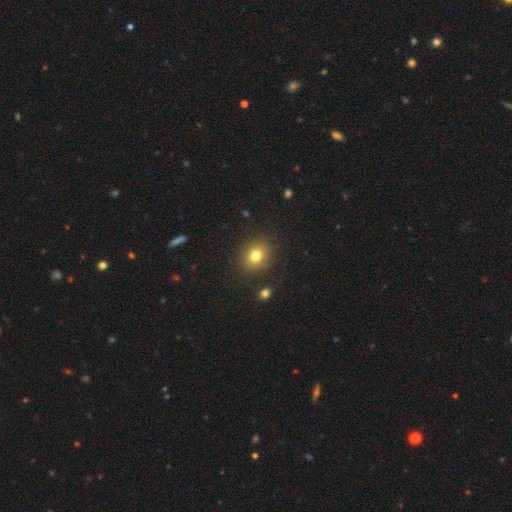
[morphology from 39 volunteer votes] Smooth or featured: smooth — 77% (featured or disk — 15%)
How rounded: round — 67% (in between — 33%)
Merging: none — 83% (minor disturbance — 8%)